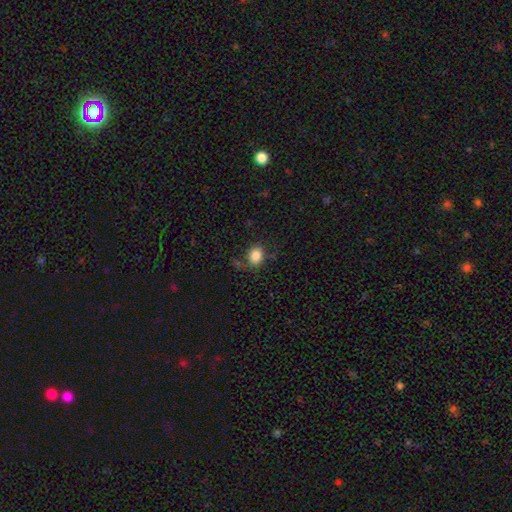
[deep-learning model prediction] smooth-or-featured: smooth: 84% | star or artifact: 9% | featured or disk: 7%
  how-rounded: in between: 51% | round: 48% | cigar-shaped: 1%
  merging: none: 68% | minor disturbance: 19% | major disturbance: 9% | merger: 5%